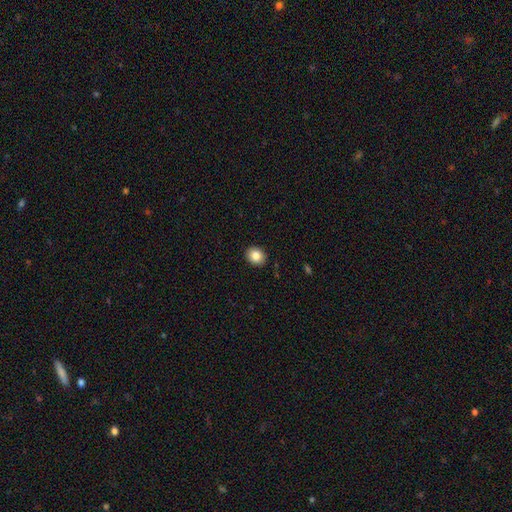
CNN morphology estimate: The model was most divided on "how rounded": round: 58%, in between: 41%, cigar-shaped: 1%. More confident: merging — none (91%); smooth or featured — smooth (85%).